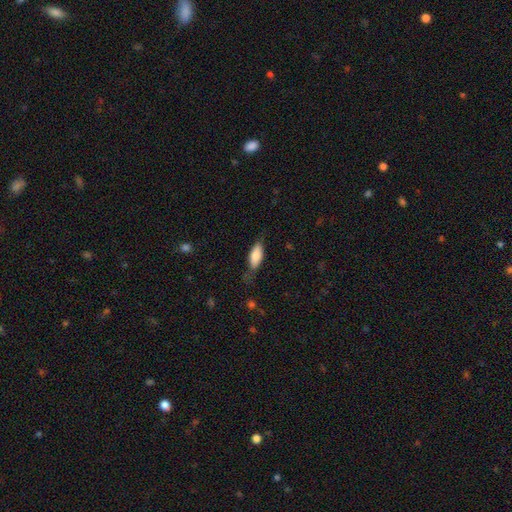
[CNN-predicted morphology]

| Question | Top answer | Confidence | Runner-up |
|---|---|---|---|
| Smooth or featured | smooth | 80% | featured or disk (14%) |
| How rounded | in between | 76% | cigar-shaped (22%) |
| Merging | none | 63% | minor disturbance (26%) |